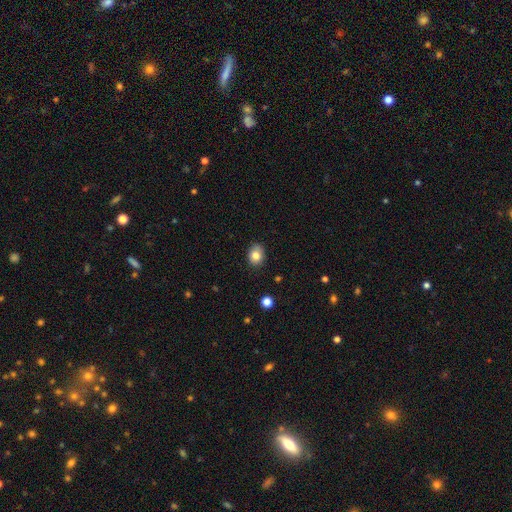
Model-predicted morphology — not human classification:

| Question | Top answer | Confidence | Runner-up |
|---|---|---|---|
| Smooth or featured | smooth | 82% | star or artifact (10%) |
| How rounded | in between | 55% | round (44%) |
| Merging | none | 84% | minor disturbance (12%) |